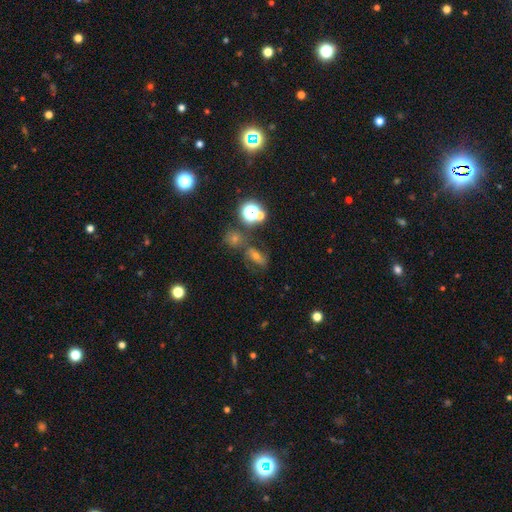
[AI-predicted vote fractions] Smooth or featured? Predicted: star or artifact (p=0.42).